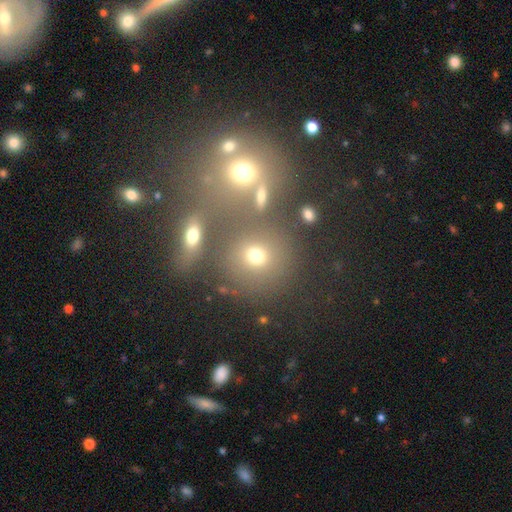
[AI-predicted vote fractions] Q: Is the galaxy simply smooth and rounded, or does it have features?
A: smooth — 68%.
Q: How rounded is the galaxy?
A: round — 82%.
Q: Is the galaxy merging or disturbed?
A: none — 65%.